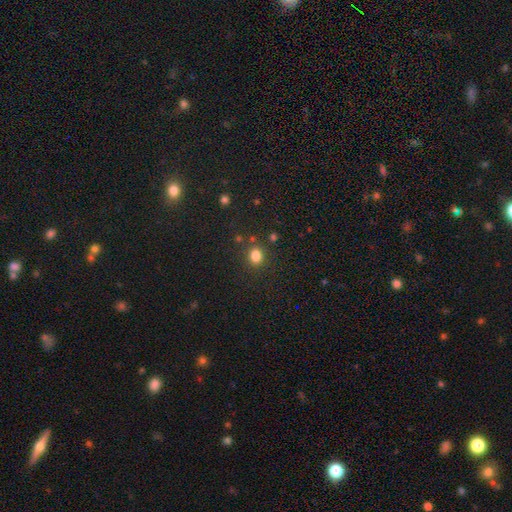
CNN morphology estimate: Smooth or featured? smooth (82%)
How rounded? round (56%)
Merging? none (80%)